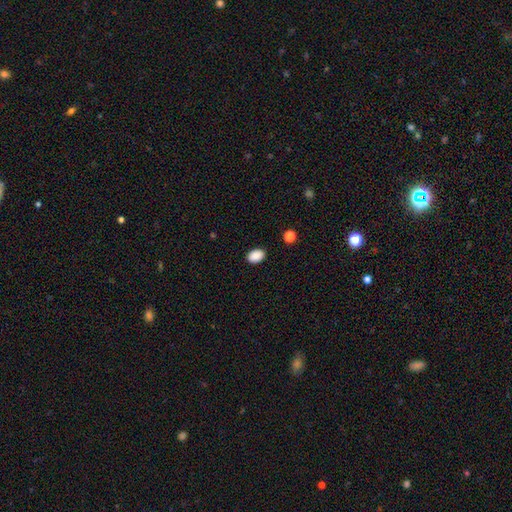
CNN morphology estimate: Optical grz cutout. It shows a smooth galaxy with no disk features (89%) that is in between round and cigar-shaped (82%). Merging: none (89%).